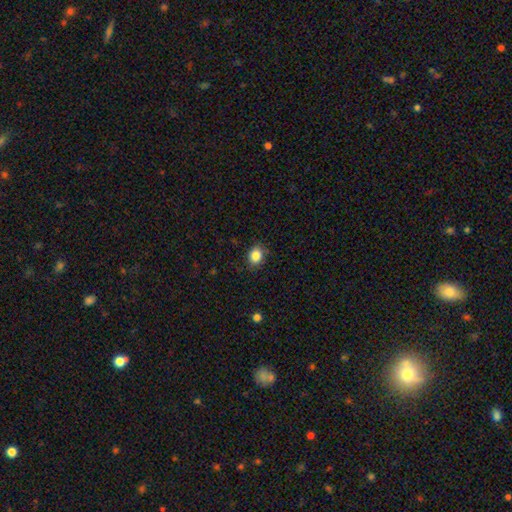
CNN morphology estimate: Overall: smooth (86%). How rounded: round (54%; in between 45%). Merging: none (84%).